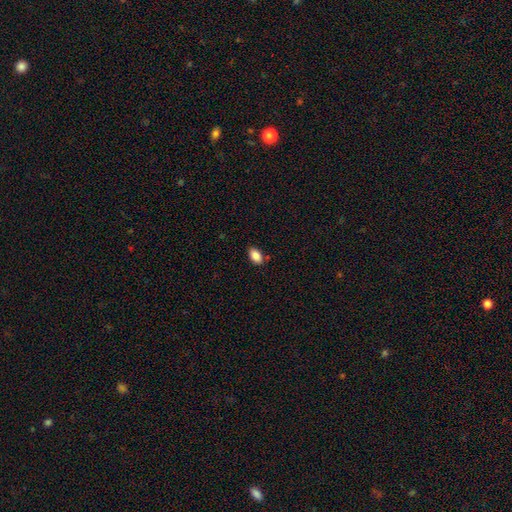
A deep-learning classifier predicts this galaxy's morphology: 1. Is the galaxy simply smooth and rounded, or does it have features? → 88% smooth, 8% star or artifact, 4% featured or disk.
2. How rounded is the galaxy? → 91% in between, 7% round, 2% cigar-shaped.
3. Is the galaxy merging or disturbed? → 84% none, 11% minor disturbance, 2% major disturbance, 2% merger.